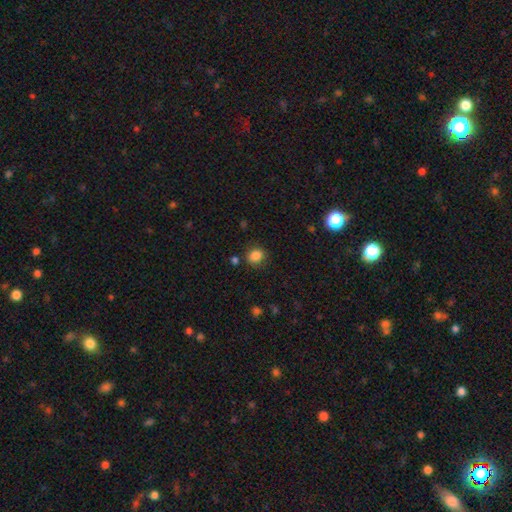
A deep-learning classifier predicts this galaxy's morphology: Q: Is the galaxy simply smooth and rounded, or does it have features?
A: smooth — 85%.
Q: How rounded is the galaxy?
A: round — 67%.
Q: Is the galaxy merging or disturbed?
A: none — 81%.